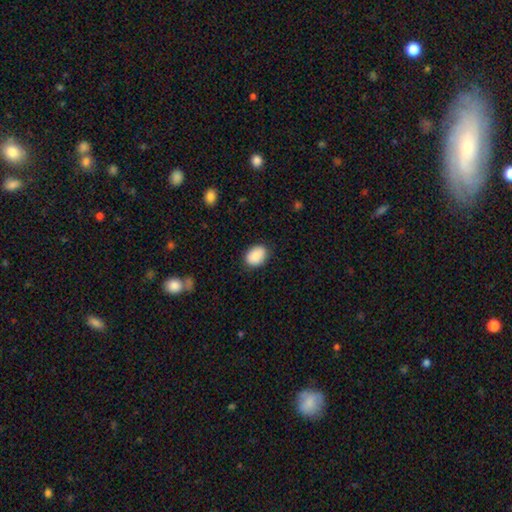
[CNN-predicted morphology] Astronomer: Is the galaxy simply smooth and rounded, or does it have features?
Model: smooth — 88%.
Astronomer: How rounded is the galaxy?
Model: in between — 69%.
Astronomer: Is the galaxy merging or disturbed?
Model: none — 85%.